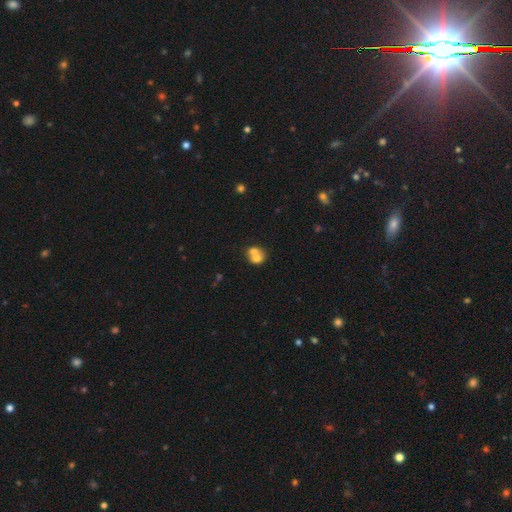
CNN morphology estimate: A smooth galaxy with no disk features (66%) that is round (65%). Merging: merger (65%).